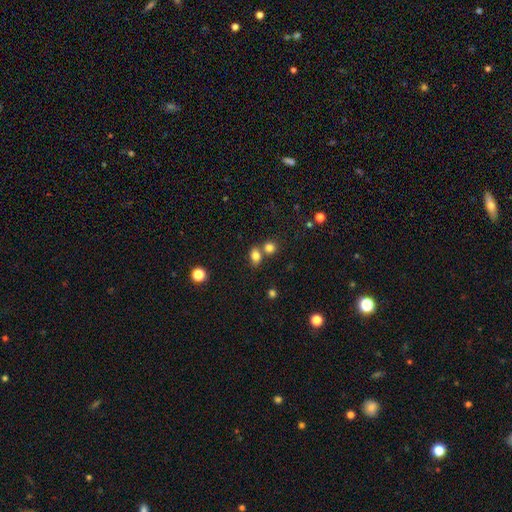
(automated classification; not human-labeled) A smooth galaxy with no disk features (81%) that is in between round and cigar-shaped (68%).

Vote fractions:
- Smooth or featured? smooth: 81% / star or artifact: 12% / featured or disk: 7%
- How rounded? in between: 68% / round: 30% / cigar-shaped: 2%
- Merging? none: 56% / merger: 30% / minor disturbance: 11% / major disturbance: 4%